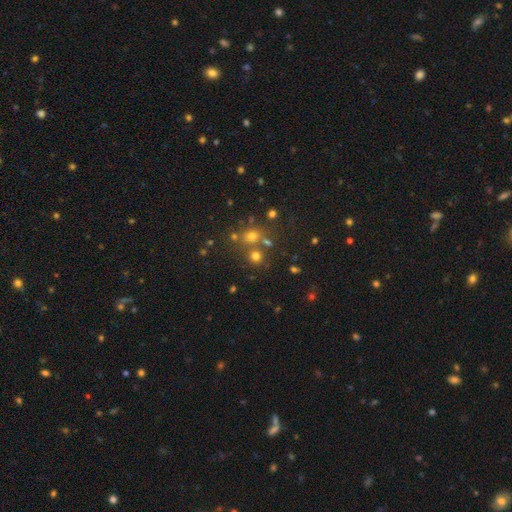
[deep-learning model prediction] A smooth galaxy with no disk features (61%) that is round (85%).

Vote fractions:
- Smooth or featured? smooth: 61% / star or artifact: 29% / featured or disk: 11%
- How rounded? round: 85% / in between: 14% / cigar-shaped: 1%
- Merging? none: 65% / merger: 23% / minor disturbance: 8% / major disturbance: 4%